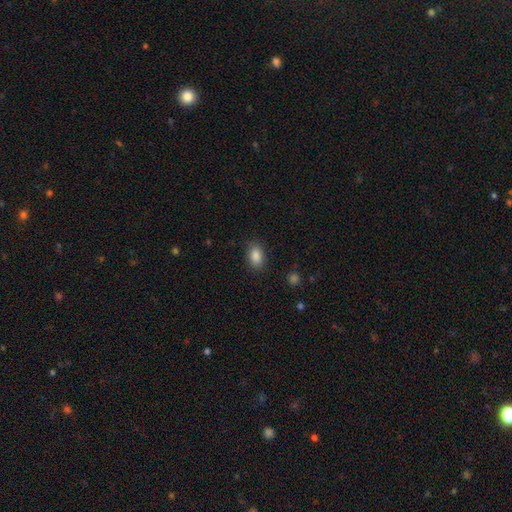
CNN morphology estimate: smooth-or-featured: smooth: 87% | star or artifact: 8% | featured or disk: 5%
  how-rounded: in between: 87% | round: 11% | cigar-shaped: 2%
  merging: none: 85% | minor disturbance: 11% | major disturbance: 3% | merger: 1%